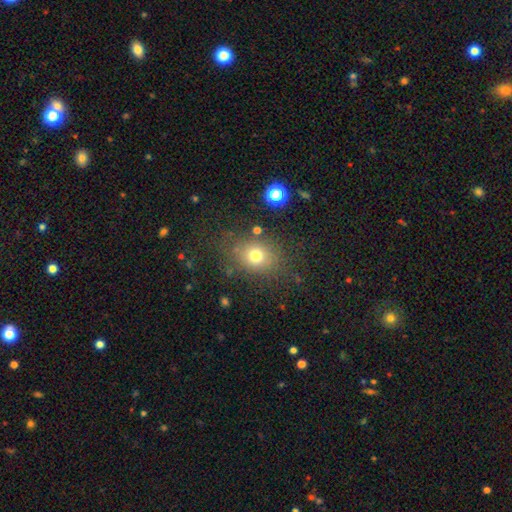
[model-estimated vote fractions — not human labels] Smooth or featured? Predicted: smooth (p=0.72). How rounded? Predicted: round (p=0.62). Merging? Predicted: none (p=0.75).